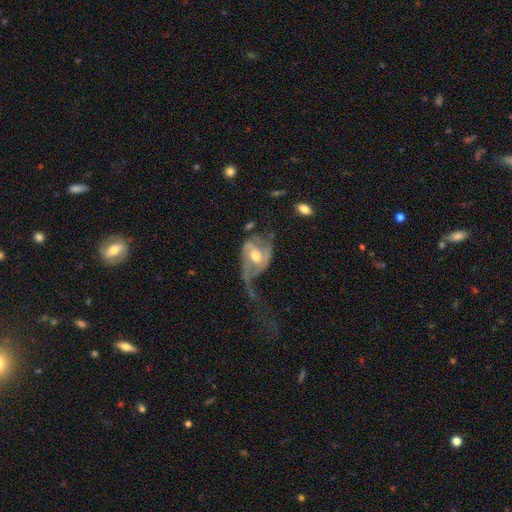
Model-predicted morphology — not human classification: A featured or disk galaxy (82%) with a weak bar (42%), 2 (69%) loose (56%) spiral arms (90%) and a moderate central bulge (72%).

Vote fractions:
- Smooth or featured? featured or disk: 82% / smooth: 12% / star or artifact: 6%
- Edge-on disk? no: 96% / yes: 4%
- Bar? weak: 42% / no: 38% / strong: 19%
- Spiral arms? yes: 90% / no: 10%
- Spiral winding? loose: 56% / medium: 30% / tight: 14%
- Spiral arm count? 2: 69% / 1: 18% / can't tell: 7% / 3: 3% / 4: 2% / more than 4: 2%
- Bulge size? moderate: 72% / small: 14% / large: 12% / none: 1% / dominant: 1%
- Merging? major disturbance: 52% / none: 26% / minor disturbance: 16% / merger: 6%